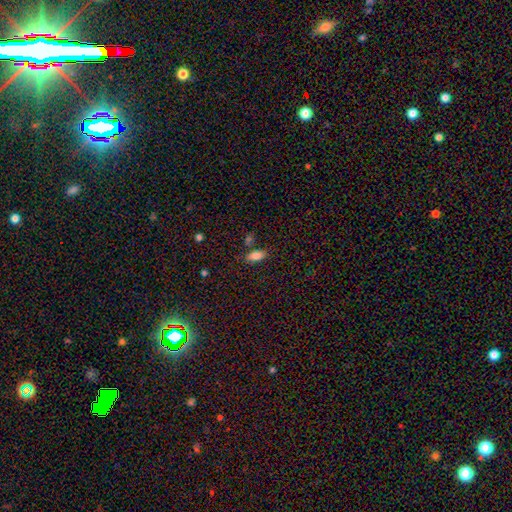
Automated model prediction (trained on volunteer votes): Q: Smooth or featured?
A: smooth (82%); runner-up: star or artifact (9%)
Q: How rounded?
A: in between (85%); runner-up: cigar-shaped (12%)
Q: Merging?
A: none (75%); runner-up: minor disturbance (13%)